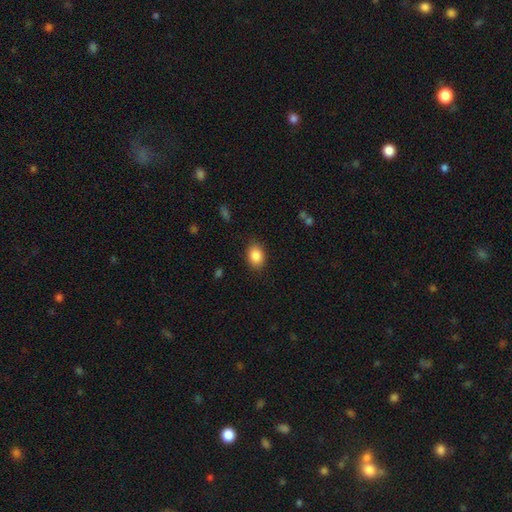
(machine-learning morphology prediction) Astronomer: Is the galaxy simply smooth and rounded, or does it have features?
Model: smooth — 87%.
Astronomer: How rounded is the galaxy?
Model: in between — 73%.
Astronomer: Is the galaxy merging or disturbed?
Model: none — 86%.